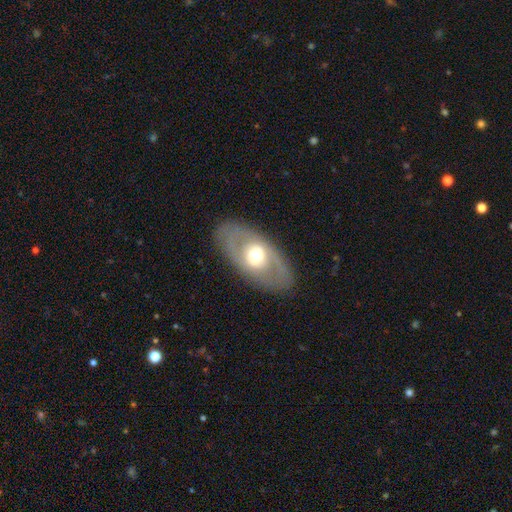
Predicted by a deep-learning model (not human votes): Smooth or featured?
  - featured or disk: 59% *
  - smooth: 35%
  - star or artifact: 6%
Edge-on disk?
  - no: 86% *
  - yes: 14%
Bar?
  - no: 67% *
  - weak: 23%
  - strong: 10%
Spiral arms?
  - no: 74% *
  - yes: 26%
Bulge size?
  - moderate: 66% *
  - large: 19%
  - small: 12%
  - dominant: 2%
  - none: 1%
Merging?
  - none: 84% *
  - minor disturbance: 10%
  - major disturbance: 5%
  - merger: 1%